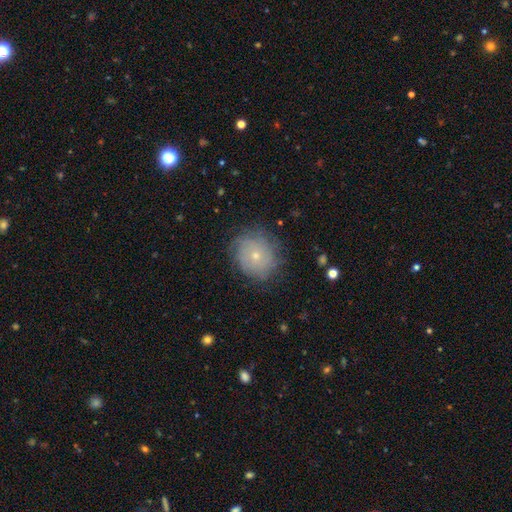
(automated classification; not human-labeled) smooth-or-featured: featured or disk: 44% (tied) | smooth: 44% (tied) | star or artifact: 11%
  merging: none: 76% | minor disturbance: 17% | major disturbance: 7% | merger: 1%